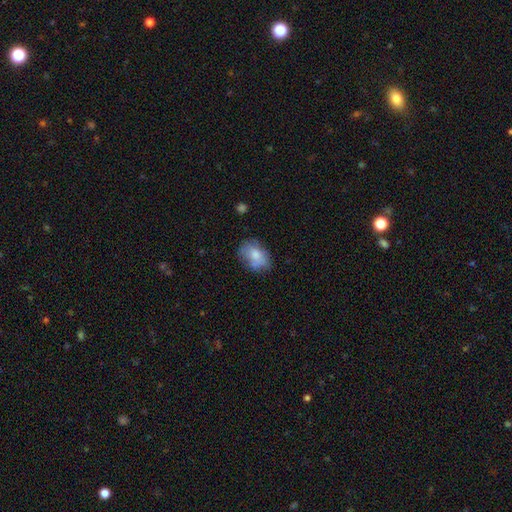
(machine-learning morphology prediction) smooth_or_featured: smooth (p=0.70) [alt: featured or disk p=0.21]
how_rounded: in between (p=0.76) [alt: round p=0.23]
merging: none (p=0.57) [alt: minor disturbance p=0.27]